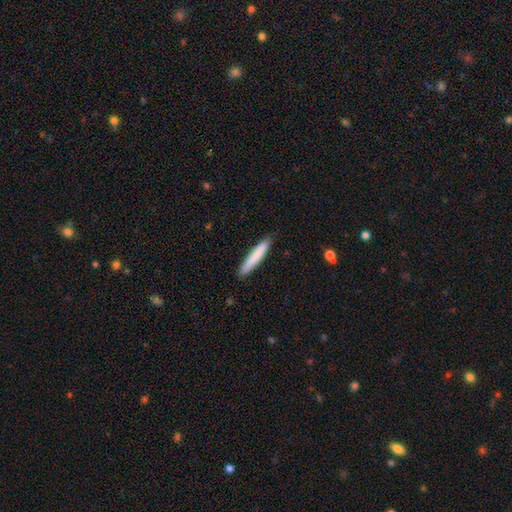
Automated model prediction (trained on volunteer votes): Smooth or featured? Predicted: smooth (p=0.80). How rounded? Predicted: cigar-shaped (p=0.93). Merging? Predicted: none (p=0.88).